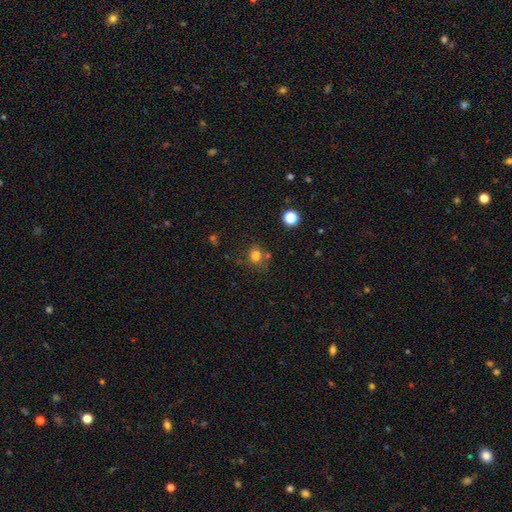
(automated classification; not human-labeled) Smooth or featured? smooth (76%)
How rounded? round (65%)
Merging? none (61%)